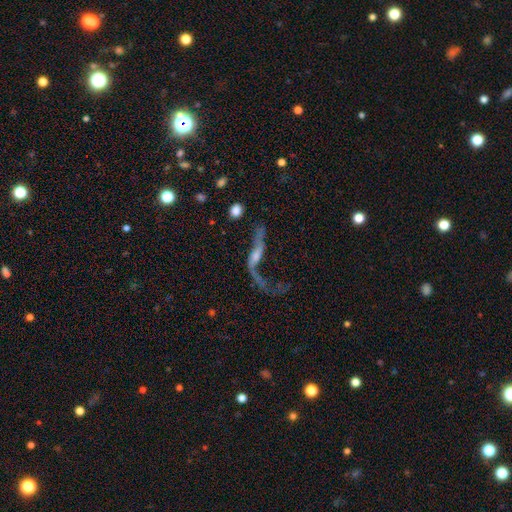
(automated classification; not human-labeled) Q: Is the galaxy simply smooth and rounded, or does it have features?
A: featured or disk — 78%.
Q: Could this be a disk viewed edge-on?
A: no — 74%.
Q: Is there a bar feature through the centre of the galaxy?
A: no — 53%.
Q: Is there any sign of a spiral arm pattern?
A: yes — 79%.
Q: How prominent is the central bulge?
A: small — 42%.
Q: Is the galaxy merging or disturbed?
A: major disturbance — 41%.